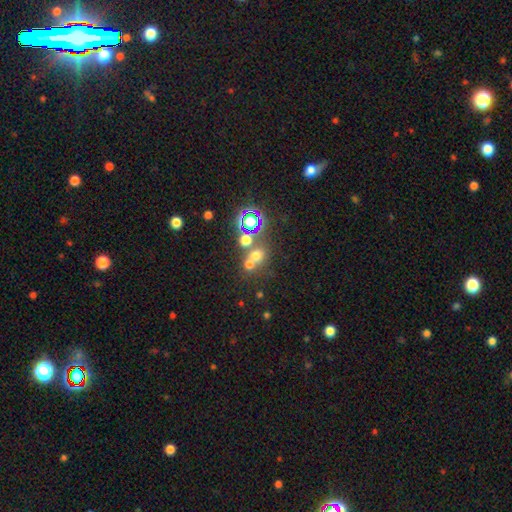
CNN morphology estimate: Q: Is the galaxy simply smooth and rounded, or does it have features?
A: smooth — 58%.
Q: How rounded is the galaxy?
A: round — 81%.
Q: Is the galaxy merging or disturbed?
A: none — 50%.